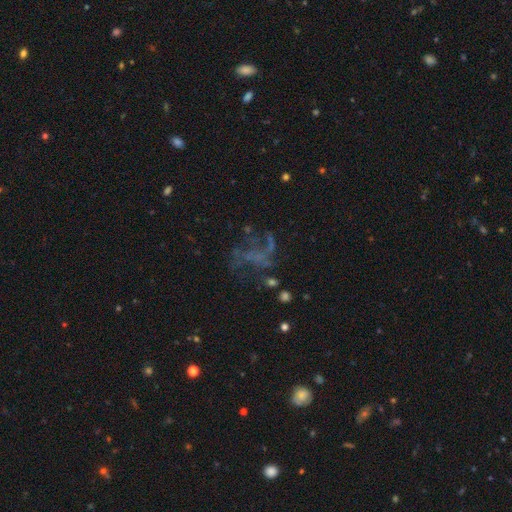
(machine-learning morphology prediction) Smooth or featured? Predicted: featured or disk (p=0.50). Edge-on disk? Predicted: no (p=0.97). Merging? Predicted: none (p=0.44).